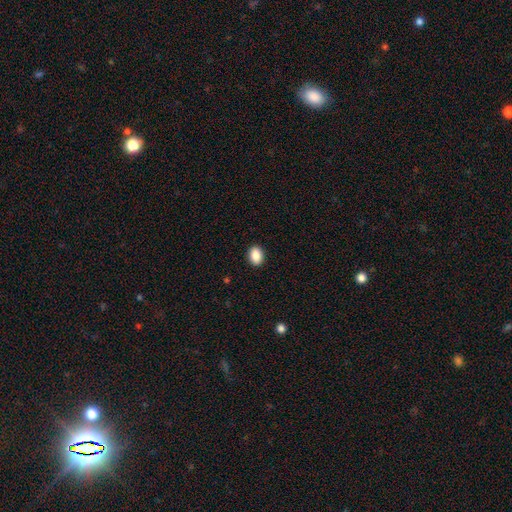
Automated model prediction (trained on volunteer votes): Smooth or featured?
  - smooth: 89% *
  - star or artifact: 8%
  - featured or disk: 4%
How rounded?
  - in between: 75% *
  - round: 24%
  - cigar-shaped: 1%
Merging?
  - none: 91% *
  - minor disturbance: 6%
  - major disturbance: 2%
  - merger: 1%